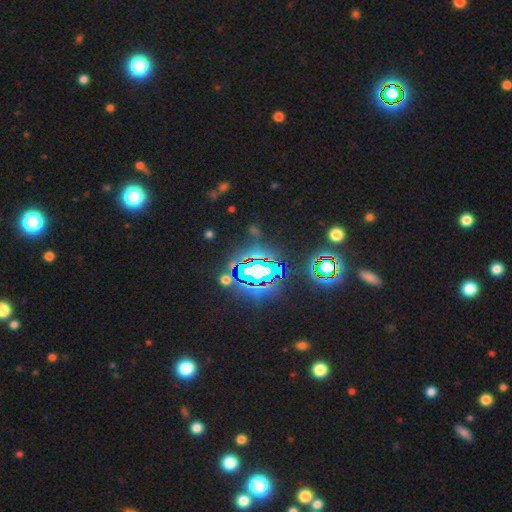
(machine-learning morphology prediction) A star or artifact, not a galaxy (84%).

Vote fractions:
- Smooth or featured? star or artifact: 84% / smooth: 9% / featured or disk: 7%